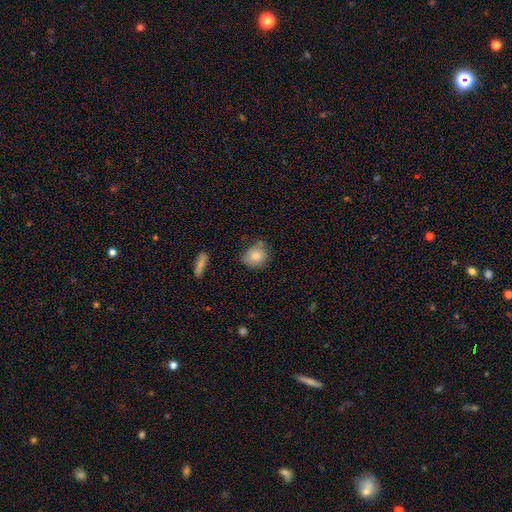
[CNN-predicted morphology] The model was most divided on "merging": none: 65%, minor disturbance: 27%, major disturbance: 5%, merger: 3%. More confident: smooth or featured — smooth (78%); how rounded — round (72%).